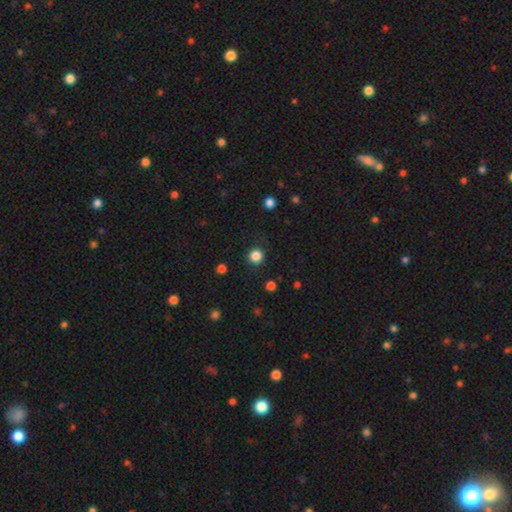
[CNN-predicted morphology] Smooth or featured: smooth — 85% (star or artifact — 12%)
How rounded: round — 94% (in between — 5%)
Merging: none — 89% (minor disturbance — 7%)